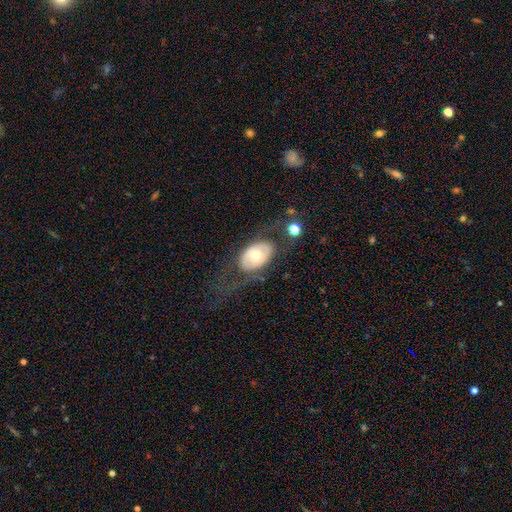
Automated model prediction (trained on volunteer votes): featured or disk 52%, smooth 42%, star or artifact 6%. Down the decision tree: edge-on disk — no (90%); merging — none (59%).